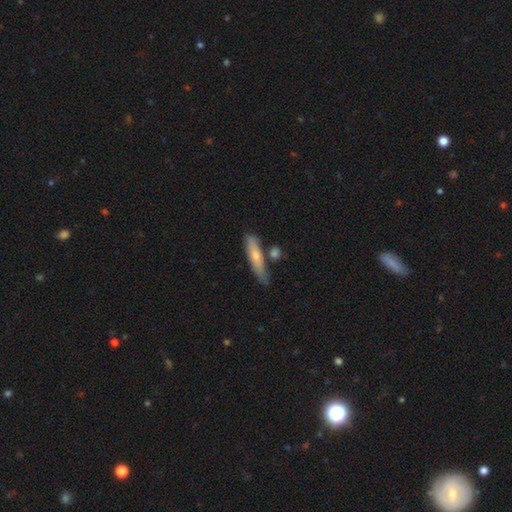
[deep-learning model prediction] Smooth or featured? smooth (66%)
How rounded? cigar-shaped (79%)
Merging? none (64%)